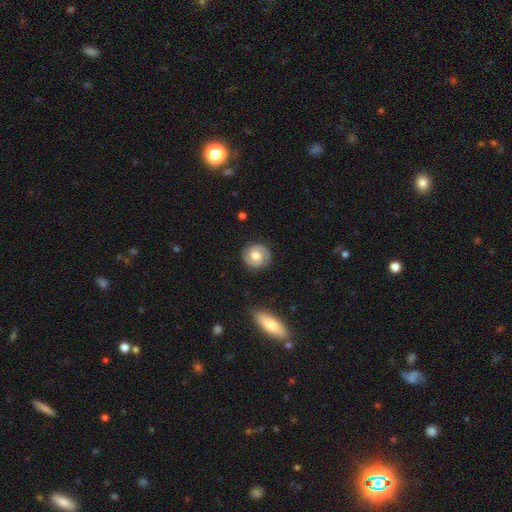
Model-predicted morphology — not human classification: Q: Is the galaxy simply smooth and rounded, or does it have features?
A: featured or disk — 63%.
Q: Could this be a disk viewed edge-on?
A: no — 97%.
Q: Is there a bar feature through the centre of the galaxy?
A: no — 64%.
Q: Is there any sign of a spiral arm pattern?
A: yes — 90%.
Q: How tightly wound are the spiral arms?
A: tight — 56%.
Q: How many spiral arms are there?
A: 2 — 87%.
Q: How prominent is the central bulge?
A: moderate — 74%.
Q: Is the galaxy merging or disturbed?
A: none — 85%.